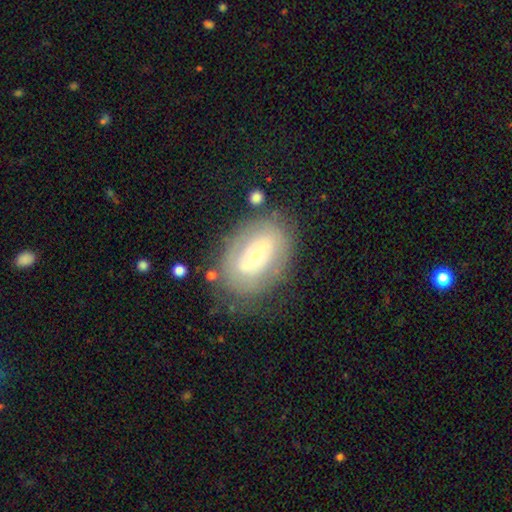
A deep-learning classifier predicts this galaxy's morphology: Smooth or featured? Predicted: featured or disk (p=0.58). Edge-on disk? Predicted: no (p=0.92). Bar? Predicted: no (p=0.59). Spiral arms? Predicted: no (p=0.65). Bulge size? Predicted: small (p=0.49). Merging? Predicted: none (p=0.73).